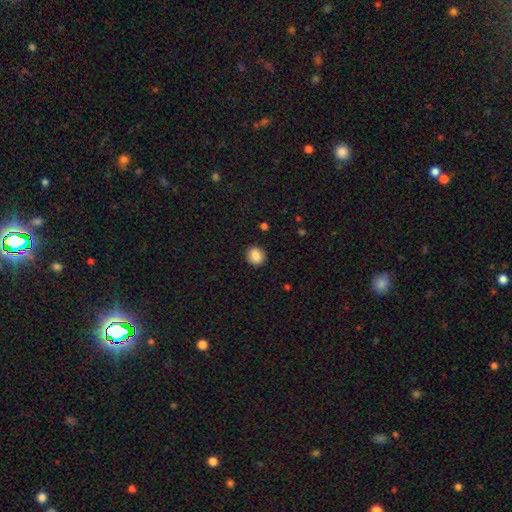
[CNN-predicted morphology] This is clearly a smooth galaxy (87%). How rounded: likely round (77%). Merging: clearly none (89%).